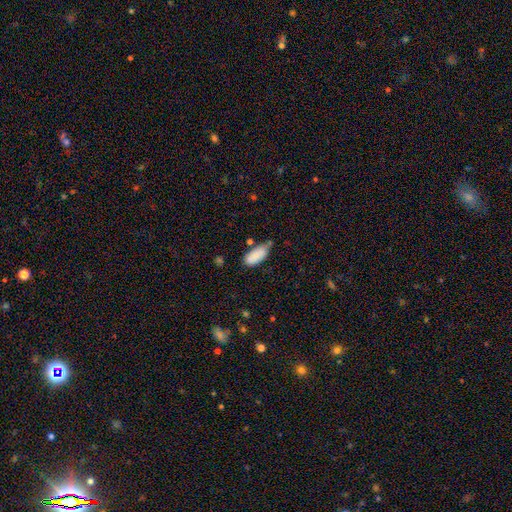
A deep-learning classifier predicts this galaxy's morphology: Overall: smooth (84%). How rounded: in between (89%). Merging: none (49%; minor disturbance 35%).